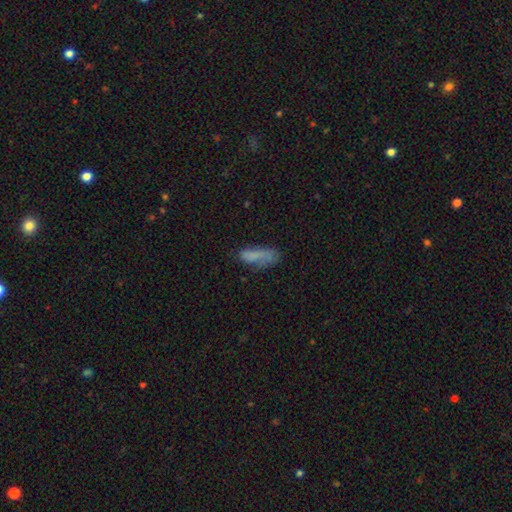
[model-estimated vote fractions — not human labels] Morphology: type=smooth (72%); roundness=in between (56%); merging=none (45%).